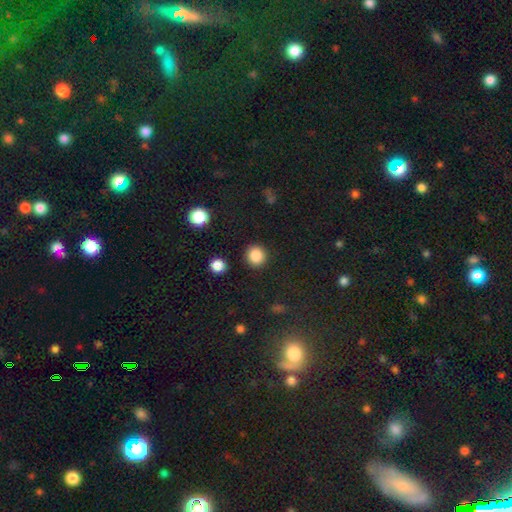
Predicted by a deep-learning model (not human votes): Smooth or featured: smooth — 86% (star or artifact — 10%)
How rounded: round — 91% (in between — 9%)
Merging: none — 90% (minor disturbance — 6%)